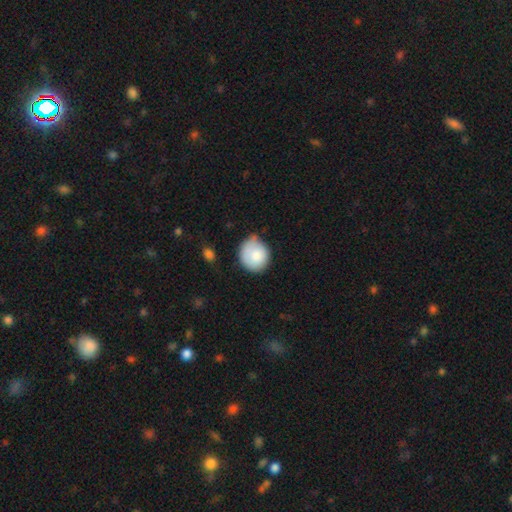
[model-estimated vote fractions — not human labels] This appears to be a smooth galaxy with no disk features (82%) that is round (80%). Merging: none (49%).